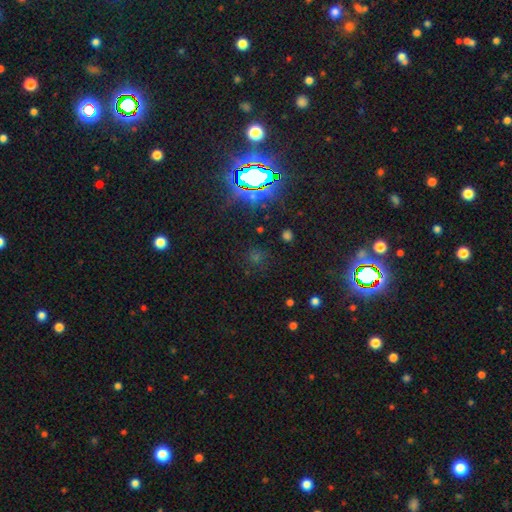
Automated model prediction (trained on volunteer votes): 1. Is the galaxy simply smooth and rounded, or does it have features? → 68% star or artifact, 23% smooth, 8% featured or disk.